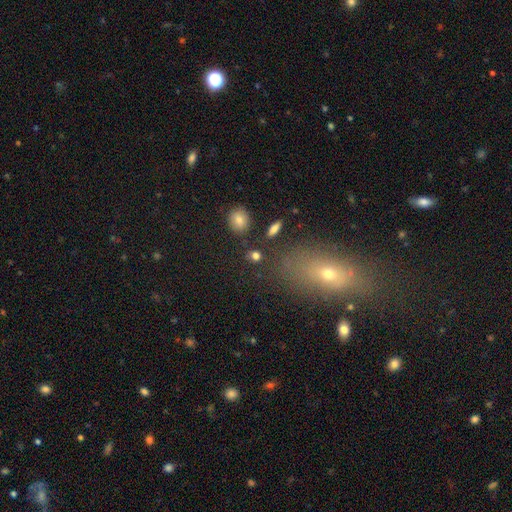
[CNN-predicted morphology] Smooth or featured? smooth (79%)
How rounded? round (69%)
Merging? none (82%)